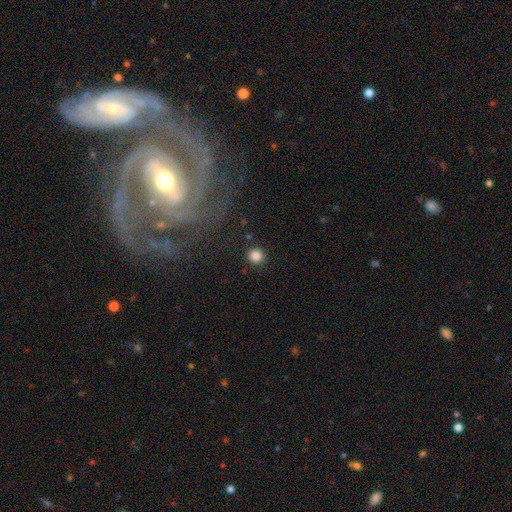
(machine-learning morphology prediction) type=smooth (84%); roundness=round (95%); merging=none (90%).